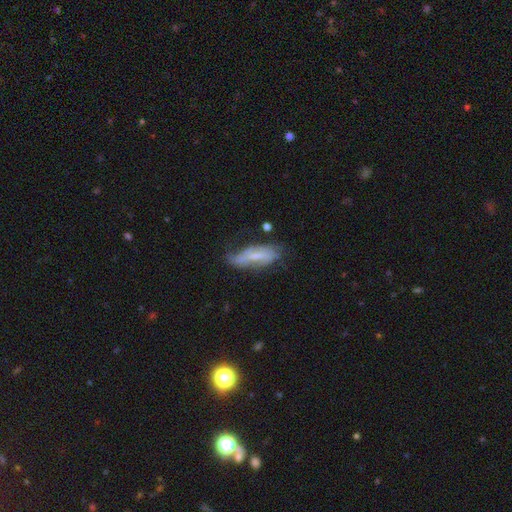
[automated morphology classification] Smooth or featured? Predicted: featured or disk (p=0.56). Edge-on disk? Predicted: no (p=0.77). Merging? Predicted: none (p=0.46).